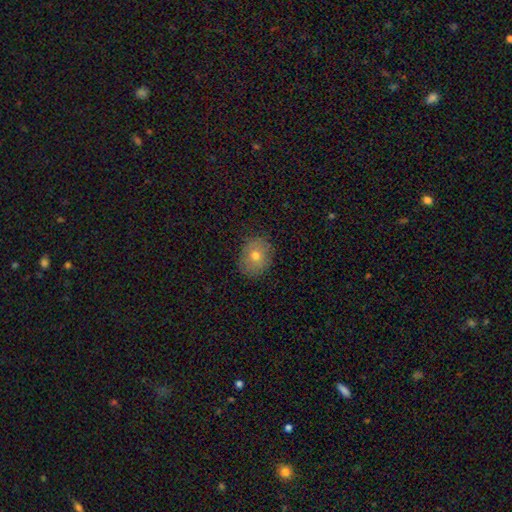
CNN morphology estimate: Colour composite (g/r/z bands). It shows a smooth galaxy with no disk features (71%) that is round (55%). Merging: none (86%).